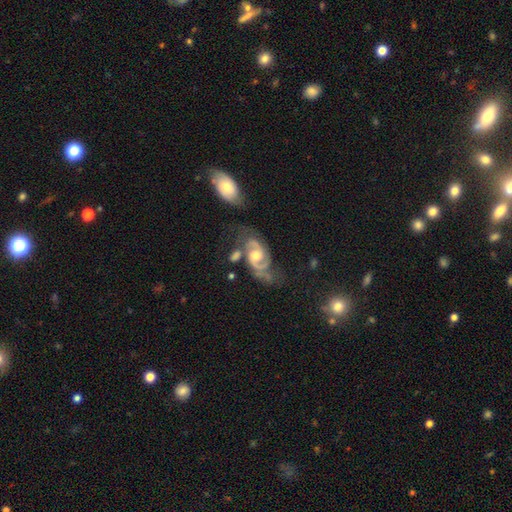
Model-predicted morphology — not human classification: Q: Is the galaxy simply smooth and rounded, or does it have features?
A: featured or disk — 88%.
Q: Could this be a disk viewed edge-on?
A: no — 97%.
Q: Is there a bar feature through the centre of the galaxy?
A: no — 53%.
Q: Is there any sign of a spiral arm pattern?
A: yes — 96%.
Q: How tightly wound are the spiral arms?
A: medium — 52%.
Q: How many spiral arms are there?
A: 2 — 89%.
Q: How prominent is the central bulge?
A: moderate — 65%.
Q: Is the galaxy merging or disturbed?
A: none — 50%.